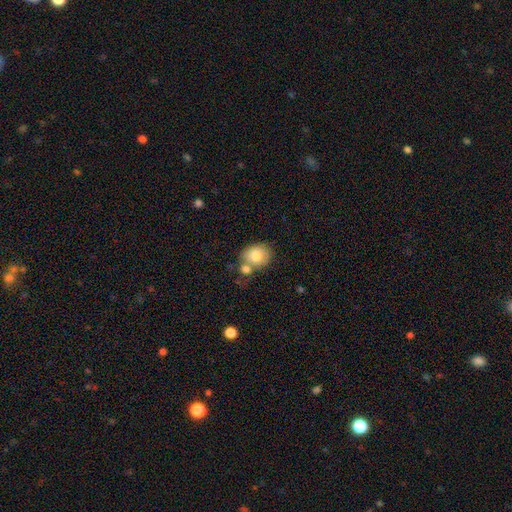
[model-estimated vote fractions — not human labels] smooth-or-featured: smooth: 80% | featured or disk: 12% | star or artifact: 7%
  how-rounded: round: 58% | in between: 41% | cigar-shaped: 1%
  merging: none: 48% | merger: 33% | minor disturbance: 15% | major disturbance: 5%